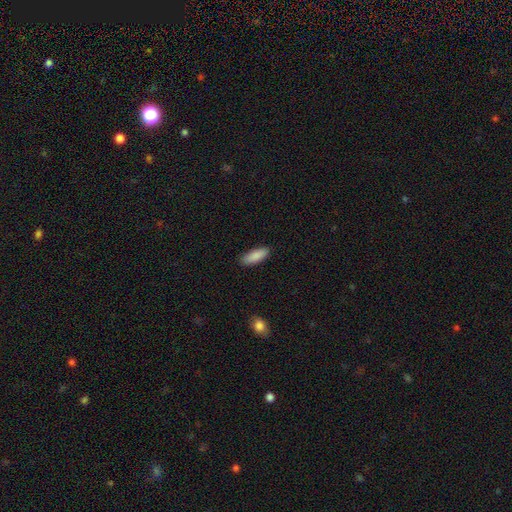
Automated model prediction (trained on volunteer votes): Morphology: type=smooth (88%); roundness=in between (62%); merging=none (88%).